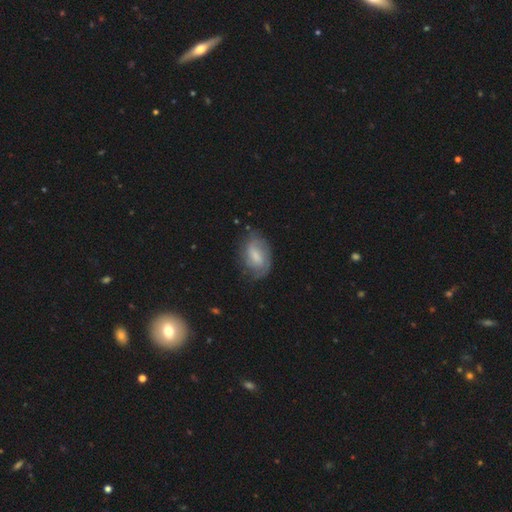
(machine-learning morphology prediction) Overall: featured or disk (48%; smooth 45%). Merging: none (65%).